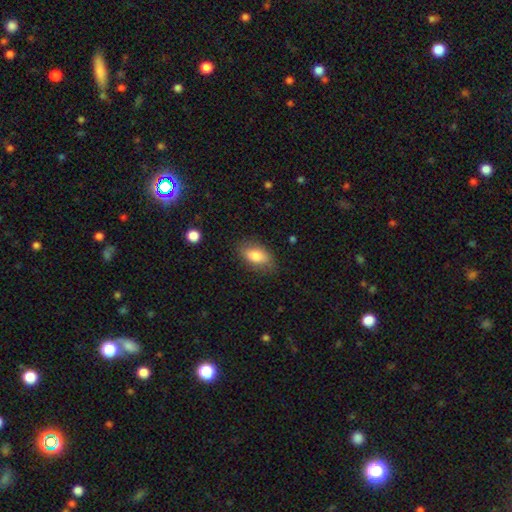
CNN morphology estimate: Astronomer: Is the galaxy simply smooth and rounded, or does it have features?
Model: smooth — 78%.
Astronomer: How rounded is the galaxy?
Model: in between — 89%.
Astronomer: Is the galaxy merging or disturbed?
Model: none — 80%.